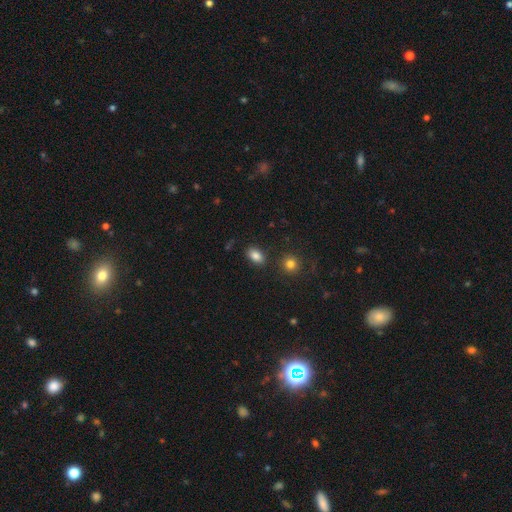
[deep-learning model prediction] smooth-or-featured: smooth: 85% | star or artifact: 10% | featured or disk: 5%
  how-rounded: in between: 86% | round: 12% | cigar-shaped: 2%
  merging: none: 84% | minor disturbance: 10% | merger: 4% | major disturbance: 3%